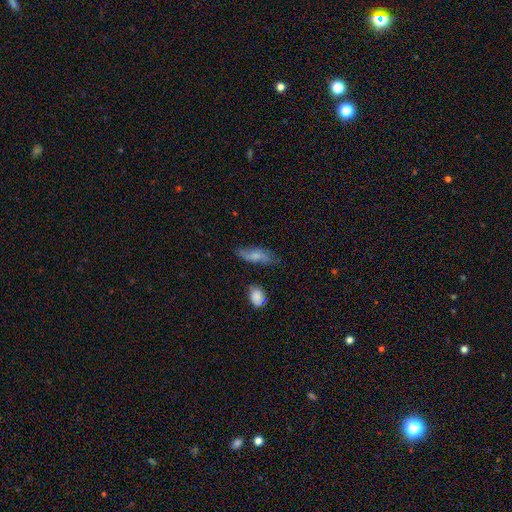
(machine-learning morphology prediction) Smooth or featured? smooth (55%)
How rounded? in between (66%)
Merging? none (68%)